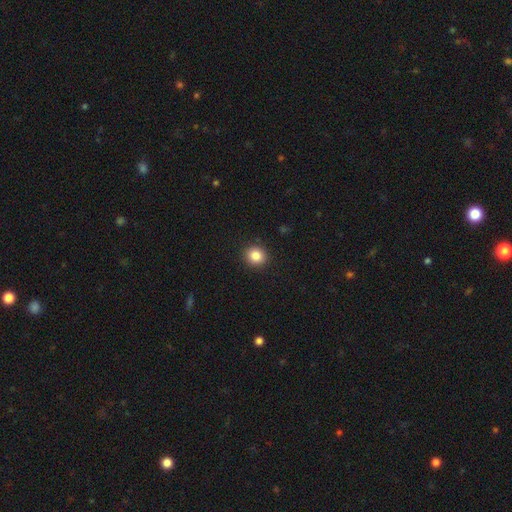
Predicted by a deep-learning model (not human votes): Smooth or featured?
  - smooth: 86% *
  - star or artifact: 10%
  - featured or disk: 4%
How rounded?
  - round: 87% *
  - in between: 12%
  - cigar-shaped: 1%
Merging?
  - none: 91% *
  - minor disturbance: 6%
  - major disturbance: 2%
  - merger: 1%